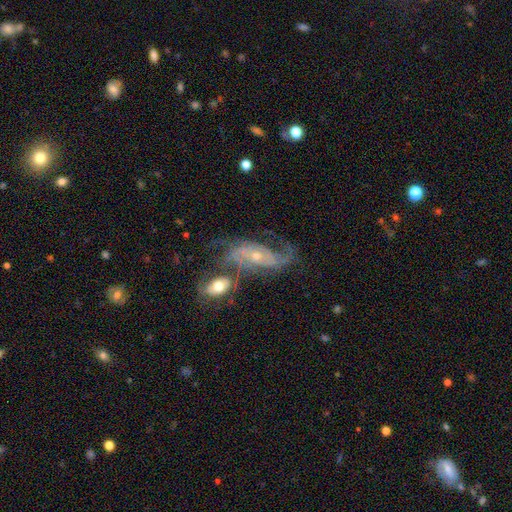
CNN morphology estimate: Q: Smooth or featured?
A: featured or disk (85%); runner-up: smooth (8%)
Q: Edge-on disk?
A: no (95%); runner-up: yes (5%)
Q: Bar?
A: no (60%); runner-up: weak (30%)
Q: Spiral arms?
A: yes (95%); runner-up: no (5%)
Q: Spiral winding?
A: medium (45%); runner-up: tight (28%)
Q: Spiral arm count?
A: 2 (55%); runner-up: can't tell (19%)
Q: Bulge size?
A: small (63%); runner-up: moderate (33%)
Q: Merging?
A: none (41%); runner-up: merger (22%)